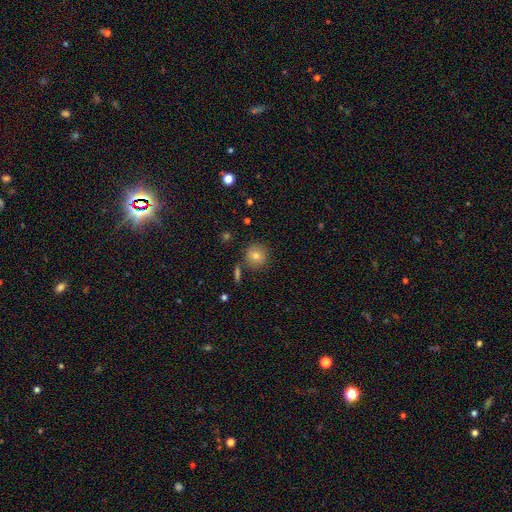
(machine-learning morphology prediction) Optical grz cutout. It shows a smooth galaxy with no disk features (75%) that is round (91%). Merging: none (82%).